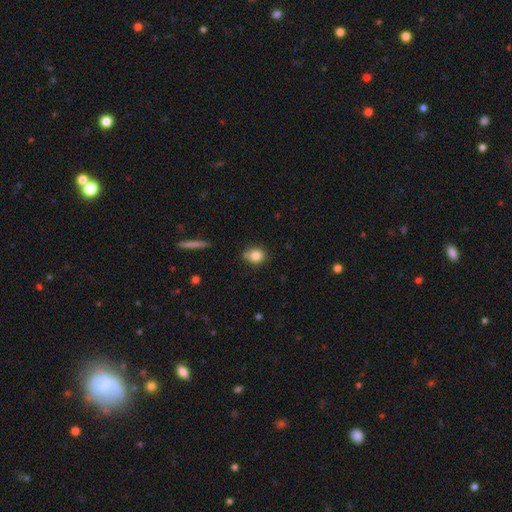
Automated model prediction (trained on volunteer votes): A smooth galaxy with no disk features (82%) that is round (64%).

Vote fractions:
- Smooth or featured? smooth: 82% / star or artifact: 10% / featured or disk: 8%
- How rounded? round: 64% / in between: 34% / cigar-shaped: 2%
- Merging? none: 66% / minor disturbance: 25% / major disturbance: 5% / merger: 4%